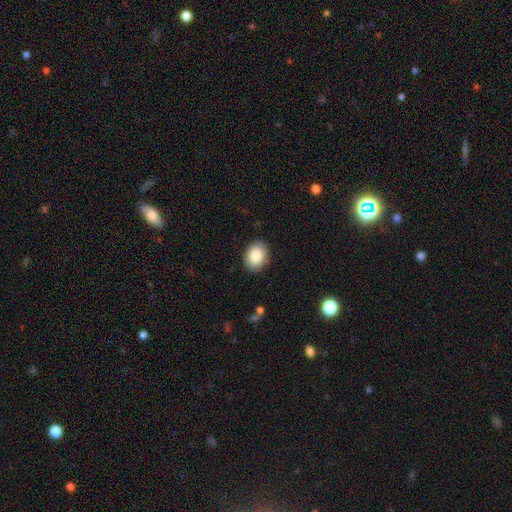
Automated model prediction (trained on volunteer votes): Q: Smooth or featured?
A: smooth (87%); runner-up: star or artifact (7%)
Q: How rounded?
A: in between (61%); runner-up: round (38%)
Q: Merging?
A: none (88%); runner-up: minor disturbance (9%)